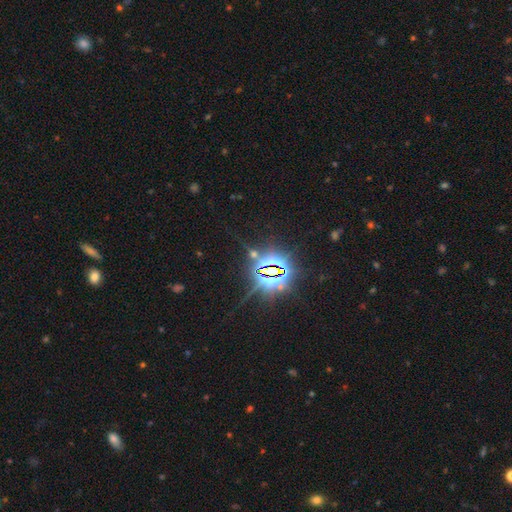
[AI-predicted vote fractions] A star or artifact, not a galaxy (85%).